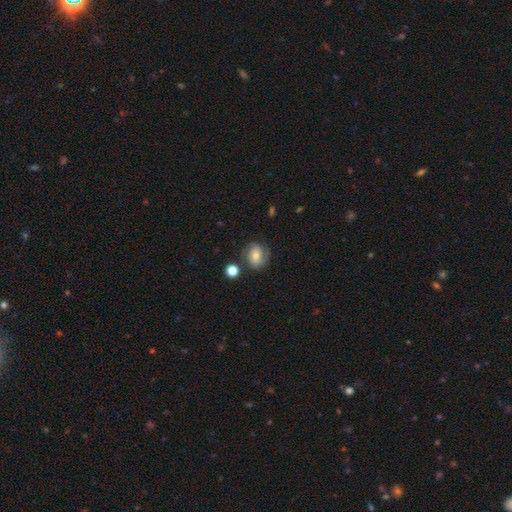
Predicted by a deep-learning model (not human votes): smooth_or_featured: featured or disk (p=0.63) [alt: smooth p=0.28]
disk_edge_on: no (p=0.97) [alt: yes p=0.03]
bar: no (p=0.51) [alt: weak p=0.35]
has_spiral_arms: yes (p=0.88) [alt: no p=0.12]
spiral_winding: tight (p=0.45) [alt: medium p=0.40]
spiral_arm_count: 2 (p=0.70) [alt: can't tell p=0.14]
bulge_size: moderate (p=0.54) [alt: small p=0.40]
merging: none (p=0.71) [alt: minor disturbance p=0.17]